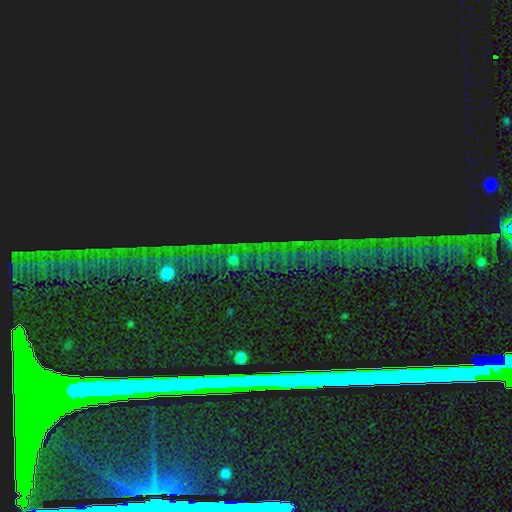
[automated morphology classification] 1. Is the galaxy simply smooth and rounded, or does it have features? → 86% star or artifact, 8% featured or disk, 6% smooth.